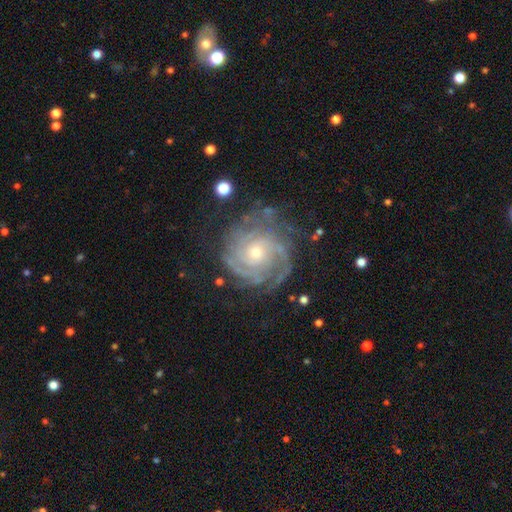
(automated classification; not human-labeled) A featured or disk galaxy (87%) with no bar (76%), tight (74%) spiral arms (96%) and a small central bulge (55%).

Vote fractions:
- Smooth or featured? featured or disk: 87% / star or artifact: 6% / smooth: 6%
- Edge-on disk? no: 97% / yes: 3%
- Bar? no: 76% / weak: 20% / strong: 5%
- Spiral arms? yes: 96% / no: 4%
- Spiral winding? tight: 74% / medium: 22% / loose: 4%
- Spiral arm count? can't tell: 29% / 3: 24% / 2: 18% / 4: 15% / more than 4: 8% / 1: 7%
- Bulge size? small: 55% / moderate: 41% / large: 2% / none: 1% / dominant: 1%
- Merging? none: 73% / minor disturbance: 17% / major disturbance: 9% / merger: 2%